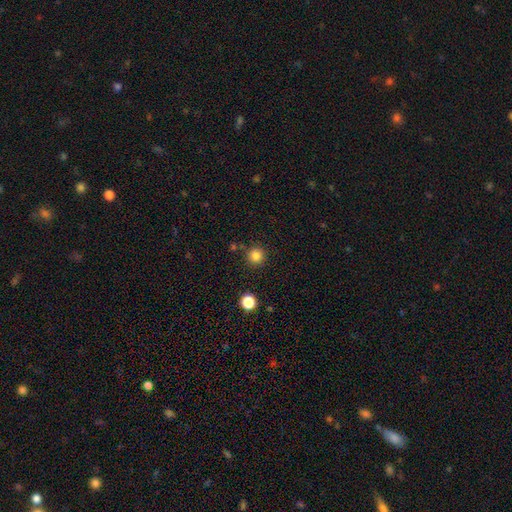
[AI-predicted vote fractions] Overall: smooth (83%). How rounded: round (95%). Merging: none (87%).